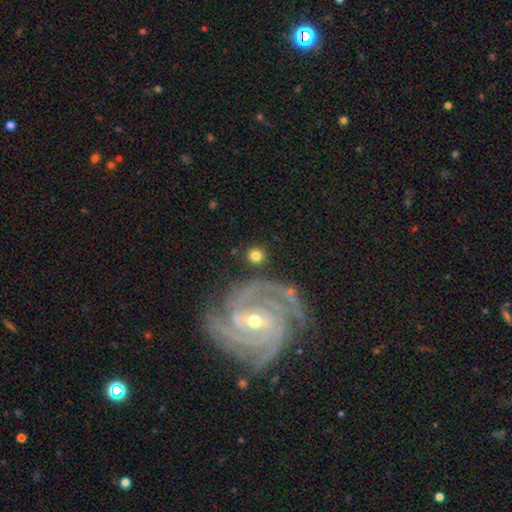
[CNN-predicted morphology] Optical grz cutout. It shows a smooth galaxy with no disk features (73%) that is round (88%). Merging: none (82%).